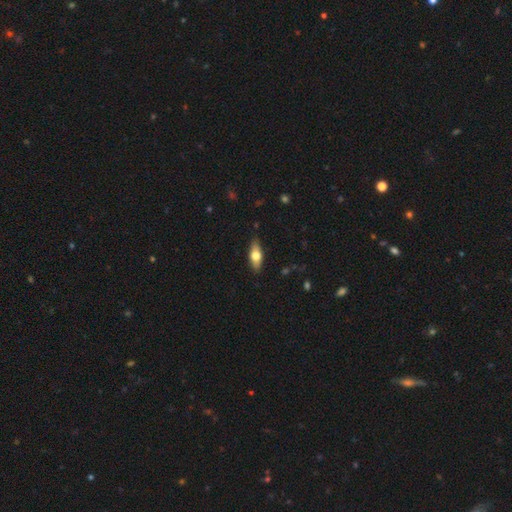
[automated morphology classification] A smooth galaxy with no disk features (61%) that is in between round and cigar-shaped (69%).

Vote fractions:
- Smooth or featured? smooth: 61% / featured or disk: 33% / star or artifact: 6%
- How rounded? in between: 69% / cigar-shaped: 28% / round: 3%
- Merging? none: 87% / minor disturbance: 10% / major disturbance: 2% / merger: 1%